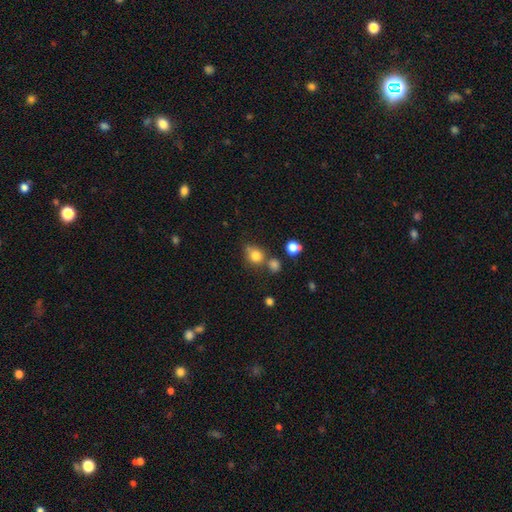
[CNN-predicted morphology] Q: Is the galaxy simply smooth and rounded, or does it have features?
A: smooth — 80%.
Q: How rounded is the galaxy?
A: round — 71%.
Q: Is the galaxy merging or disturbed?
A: none — 59%.